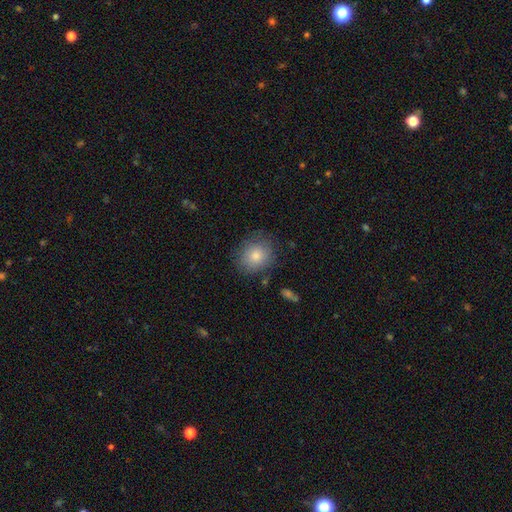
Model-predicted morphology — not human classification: type=smooth (81%); roundness=round (74%); merging=none (78%).